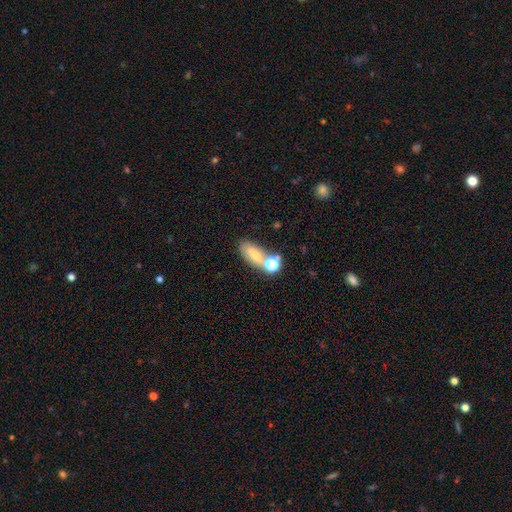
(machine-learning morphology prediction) smooth 64%, featured or disk 21%, star or artifact 14%. Down the decision tree: how rounded — in between (75%); merging — none (43%).